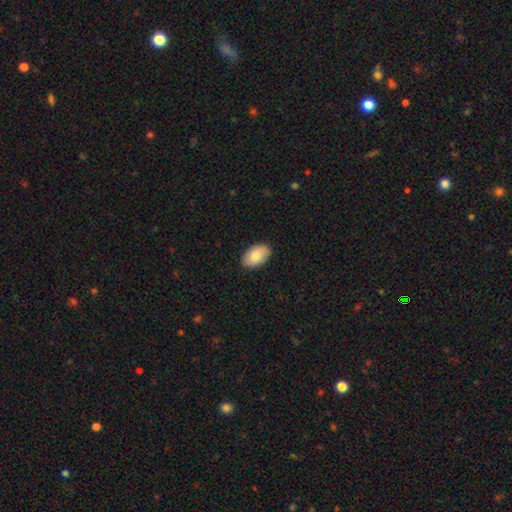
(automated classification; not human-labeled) Smooth or featured?
  - smooth: 79% *
  - featured or disk: 15%
  - star or artifact: 6%
How rounded?
  - in between: 93% *
  - round: 6%
  - cigar-shaped: 1%
Merging?
  - none: 87% *
  - minor disturbance: 10%
  - major disturbance: 2%
  - merger: 1%